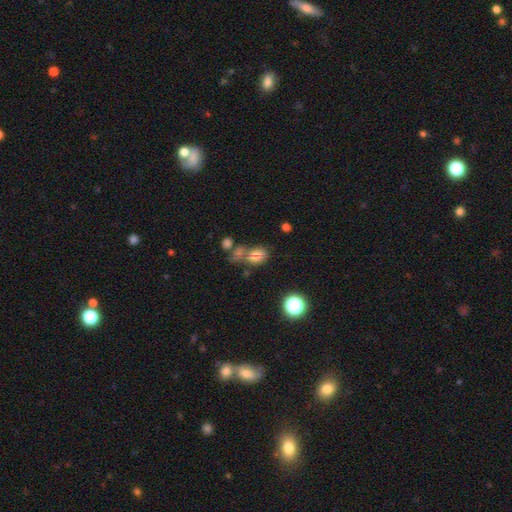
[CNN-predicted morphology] type=smooth (70%); roundness=in between (71%); merging=merger (41%).